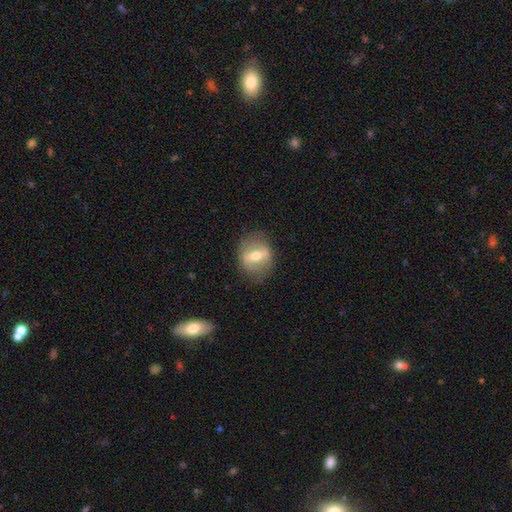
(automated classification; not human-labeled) Smooth or featured? Predicted: featured or disk (p=0.63). Edge-on disk? Predicted: no (p=0.82). Bar? Predicted: strong (p=0.63). Spiral arms? Predicted: no (p=0.76). Bulge size? Predicted: moderate (p=0.71). Merging? Predicted: none (p=0.79).